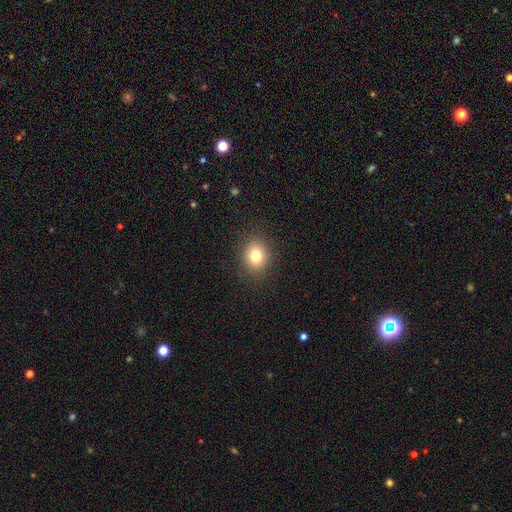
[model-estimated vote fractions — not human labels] smooth_or_featured: smooth (p=0.79) [alt: star or artifact p=0.12]
how_rounded: round (p=0.63) [alt: in between p=0.36]
merging: none (p=0.88) [alt: minor disturbance p=0.08]